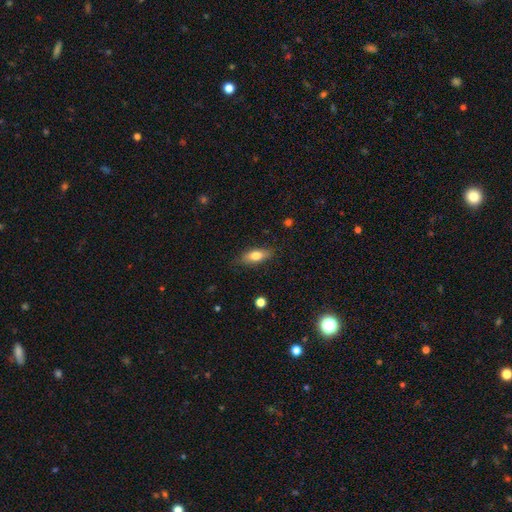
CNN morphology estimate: Q: Smooth or featured?
A: smooth (74%); runner-up: featured or disk (19%)
Q: How rounded?
A: in between (73%); runner-up: cigar-shaped (23%)
Q: Merging?
A: none (82%); runner-up: minor disturbance (14%)